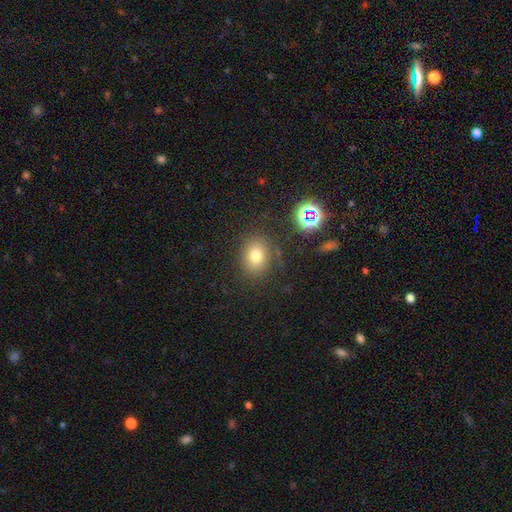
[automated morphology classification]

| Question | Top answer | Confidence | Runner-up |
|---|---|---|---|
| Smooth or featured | smooth | 75% | star or artifact (16%) |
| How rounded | round | 50% | in between (48%) |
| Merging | none | 80% | minor disturbance (12%) |